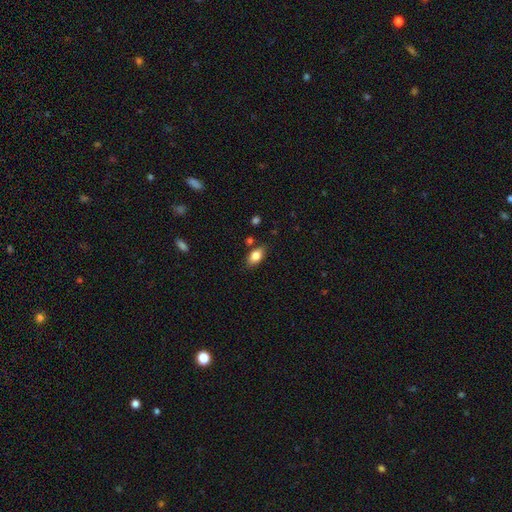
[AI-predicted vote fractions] The model was most divided on "merging": none: 79%, minor disturbance: 14%, merger: 4%, major disturbance: 3%. More confident: how rounded — in between (87%); smooth or featured — smooth (82%).